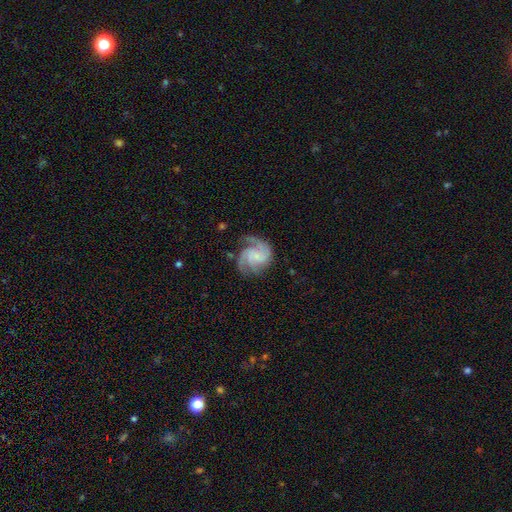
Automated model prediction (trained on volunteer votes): Q: Smooth or featured?
A: featured or disk (87%); runner-up: smooth (8%)
Q: Edge-on disk?
A: no (98%); runner-up: yes (2%)
Q: Bar?
A: no (59%); runner-up: weak (34%)
Q: Spiral arms?
A: yes (98%); runner-up: no (2%)
Q: Spiral winding?
A: medium (51%); runner-up: tight (33%)
Q: Spiral arm count?
A: 3 (45%); runner-up: 2 (31%)
Q: Bulge size?
A: small (43%); runner-up: none (38%)
Q: Merging?
A: none (68%); runner-up: minor disturbance (18%)